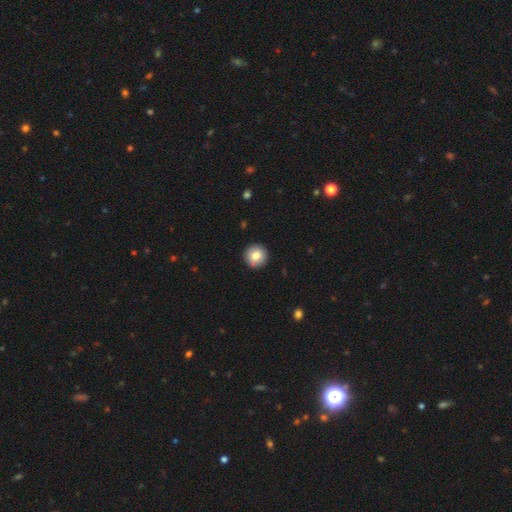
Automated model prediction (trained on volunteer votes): A smooth galaxy with no disk features (81%) that is round (95%). Merging: none (92%).